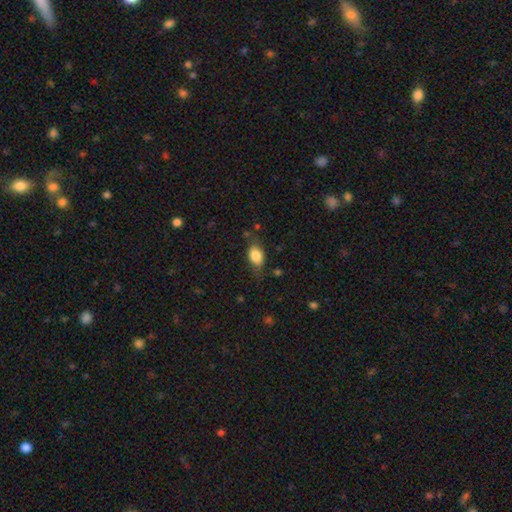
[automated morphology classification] smooth_or_featured: smooth (p=0.82) [alt: featured or disk p=0.10]
how_rounded: in between (p=0.82) [alt: round p=0.15]
merging: none (p=0.67) [alt: minor disturbance p=0.24]